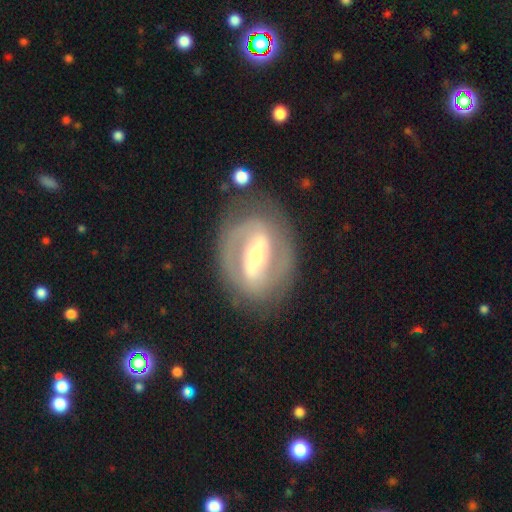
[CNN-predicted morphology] featured or disk 81%, smooth 13%, star or artifact 5%. Down the decision tree: edge-on disk — no (93%); bar — strong (67%); spiral arms — yes (73%); spiral arm count — 2 (79%); spiral winding — tight (43%); bulge size — moderate (59%); merging — none (76%).